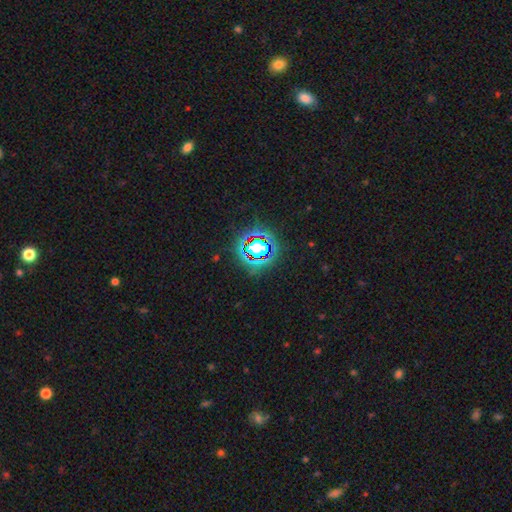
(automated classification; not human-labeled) Smooth or featured? Predicted: star or artifact (p=0.78).